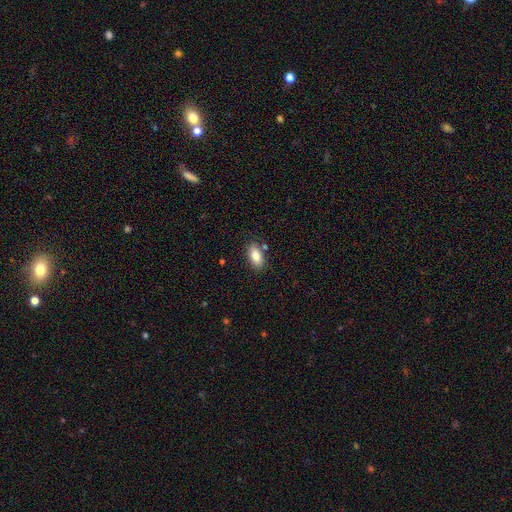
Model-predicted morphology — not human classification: A smooth galaxy with no disk features (82%) that is in between round and cigar-shaped (91%).

Vote fractions:
- Smooth or featured? smooth: 82% / featured or disk: 10% / star or artifact: 7%
- How rounded? in between: 91% / cigar-shaped: 5% / round: 4%
- Merging? none: 81% / minor disturbance: 12% / merger: 5% / major disturbance: 3%